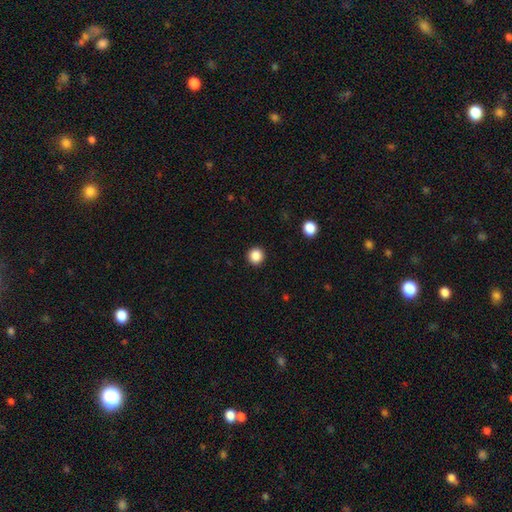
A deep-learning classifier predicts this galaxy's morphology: Smooth or featured? smooth (87%)
How rounded? round (95%)
Merging? none (93%)